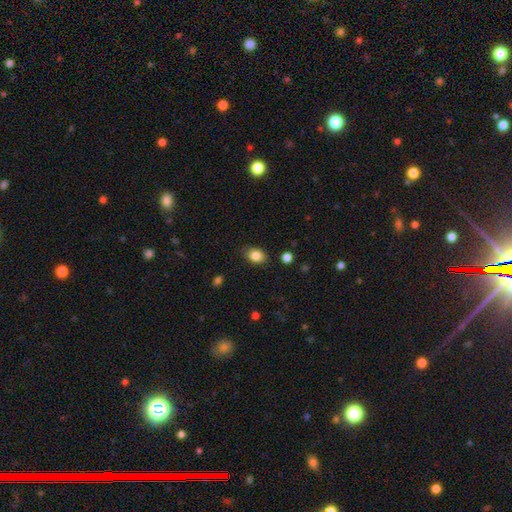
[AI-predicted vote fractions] Smooth or featured?
  - smooth: 84% *
  - star or artifact: 9%
  - featured or disk: 7%
How rounded?
  - in between: 76% *
  - round: 23%
  - cigar-shaped: 1%
Merging?
  - none: 82% *
  - minor disturbance: 14%
  - major disturbance: 3%
  - merger: 2%